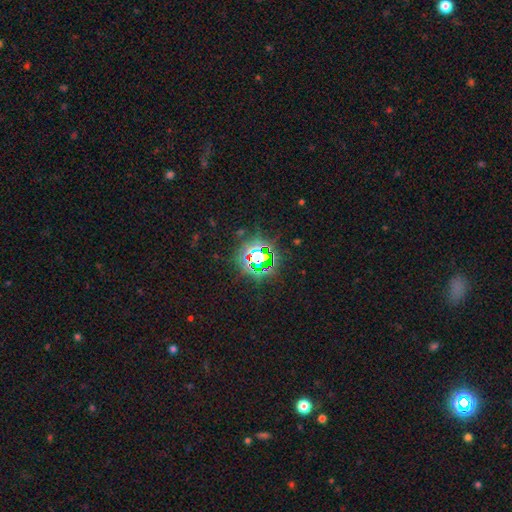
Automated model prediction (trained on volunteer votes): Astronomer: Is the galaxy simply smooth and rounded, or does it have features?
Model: star or artifact — 75%.